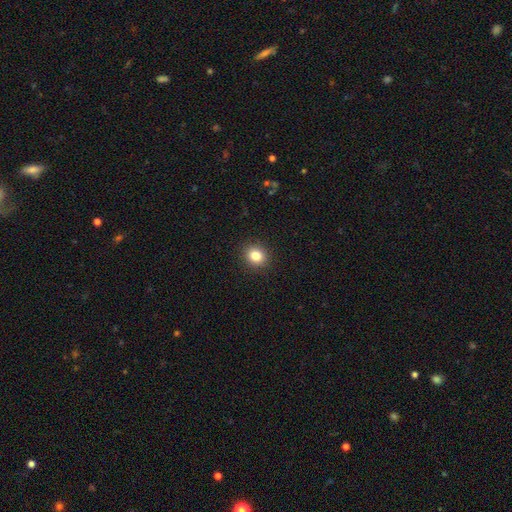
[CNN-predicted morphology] smooth 83%, star or artifact 11%, featured or disk 6%. Down the decision tree: how rounded — round (75%); merging — none (91%).